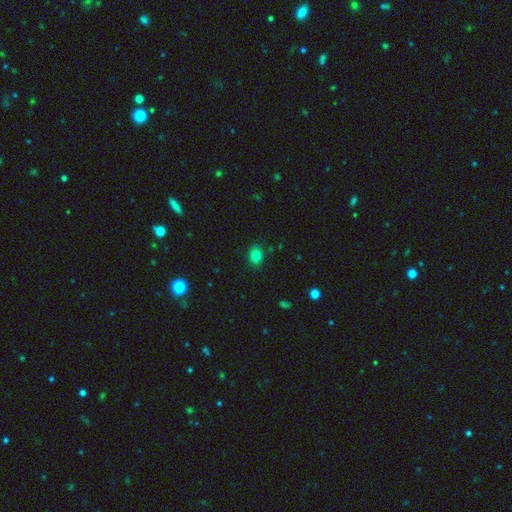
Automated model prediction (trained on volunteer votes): Smooth or featured?
  - smooth: 81% *
  - star or artifact: 12%
  - featured or disk: 6%
How rounded?
  - in between: 57% *
  - round: 42%
  - cigar-shaped: 1%
Merging?
  - none: 86% *
  - minor disturbance: 10%
  - major disturbance: 2%
  - merger: 1%